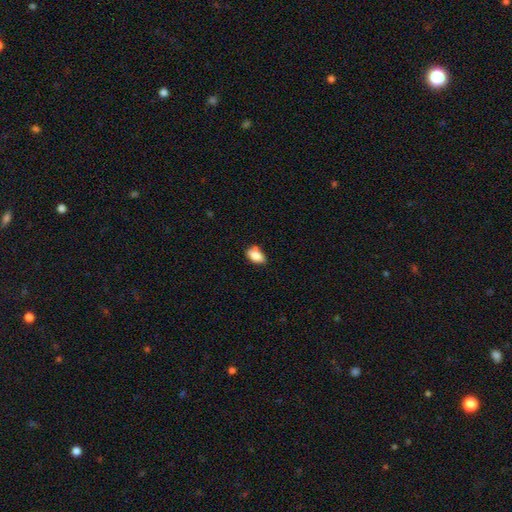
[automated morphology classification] Smooth or featured? smooth (83%)
How rounded? in between (90%)
Merging? none (63%)